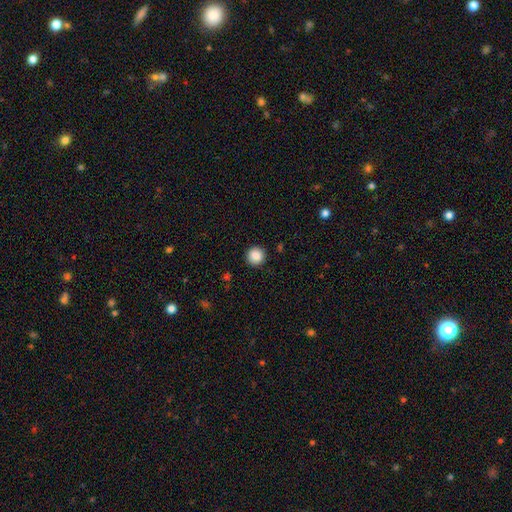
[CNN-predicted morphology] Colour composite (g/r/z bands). It shows a smooth galaxy with no disk features (88%) that is round (95%). Merging: none (92%).